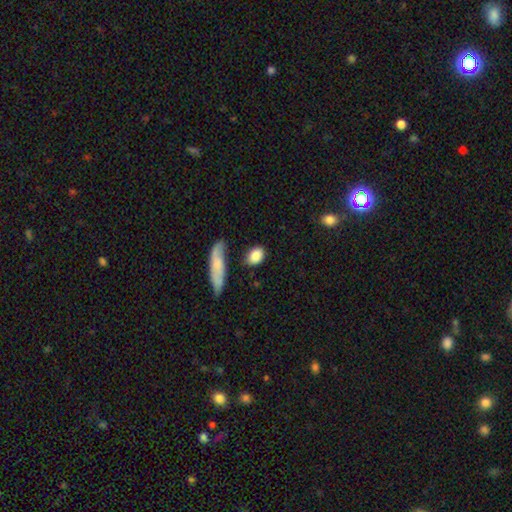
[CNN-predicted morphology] This appears to be a smooth galaxy with no disk features (85%) that is in between round and cigar-shaped (74%). Merging: none (68%).